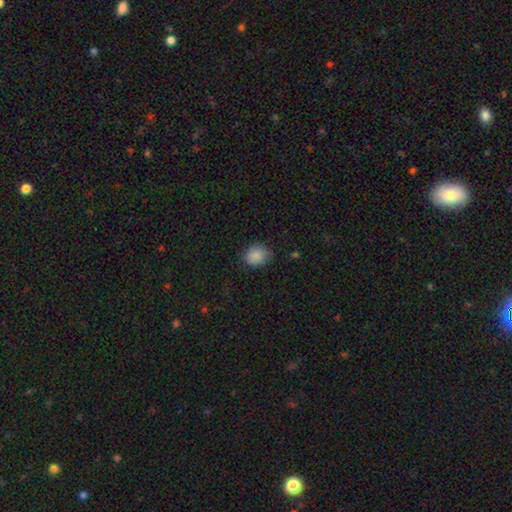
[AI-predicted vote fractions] A smooth galaxy with no disk features (87%) that is round (64%).

Vote fractions:
- Smooth or featured? smooth: 87% / star or artifact: 9% / featured or disk: 4%
- How rounded? round: 64% / in between: 35% / cigar-shaped: 1%
- Merging? none: 79% / minor disturbance: 17% / major disturbance: 4% / merger: 1%